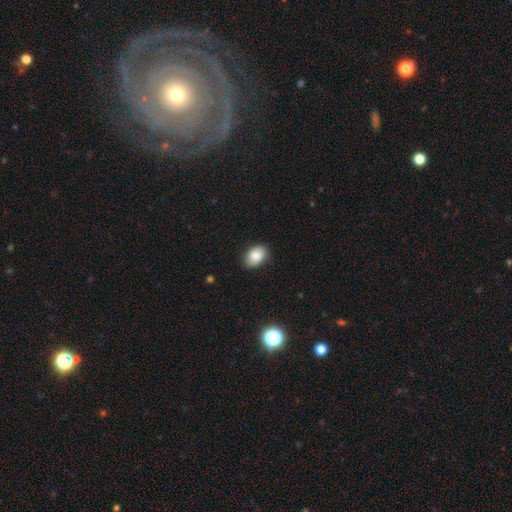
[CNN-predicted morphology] Smooth or featured? smooth (87%)
How rounded? in between (84%)
Merging? none (83%)